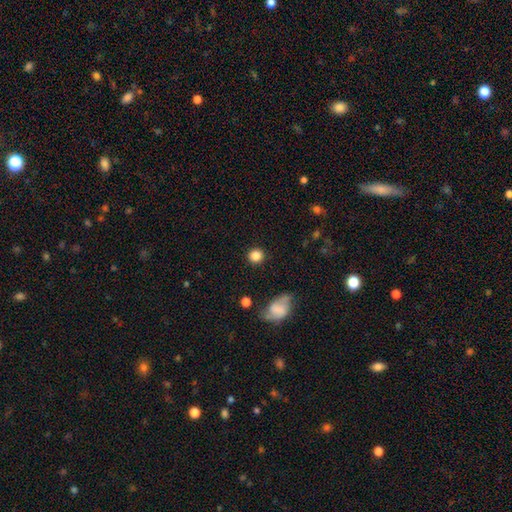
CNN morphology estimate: smooth_or_featured: smooth (p=0.84) [alt: star or artifact p=0.10]
how_rounded: round (p=0.90) [alt: in between p=0.09]
merging: none (p=0.87) [alt: minor disturbance p=0.07]